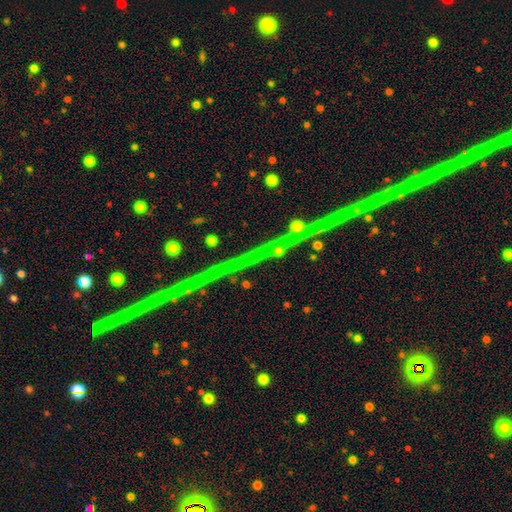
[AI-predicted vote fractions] Q: Smooth or featured?
A: star or artifact (82%); runner-up: featured or disk (12%)